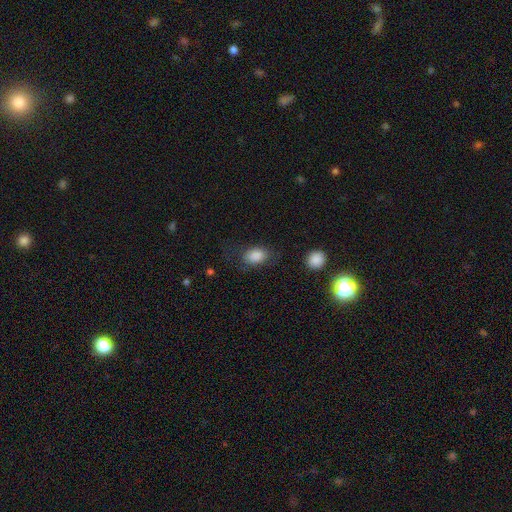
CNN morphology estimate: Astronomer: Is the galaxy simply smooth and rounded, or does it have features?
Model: smooth — 87%.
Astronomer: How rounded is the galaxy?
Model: in between — 82%.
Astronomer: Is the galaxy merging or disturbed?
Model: none — 69%.